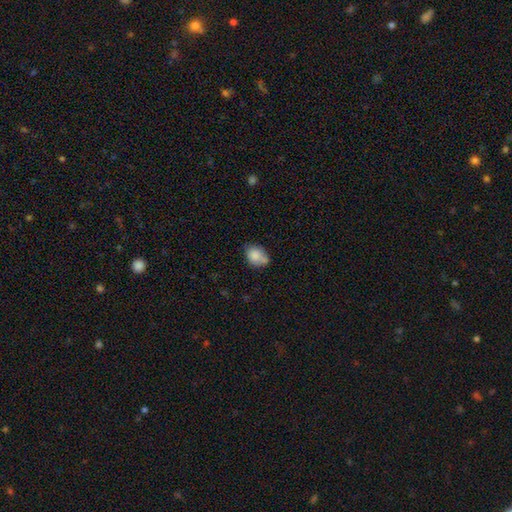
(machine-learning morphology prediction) This appears to be a smooth galaxy with no disk features (81%) that is in between round and cigar-shaped (58%). Merging: none (49%).